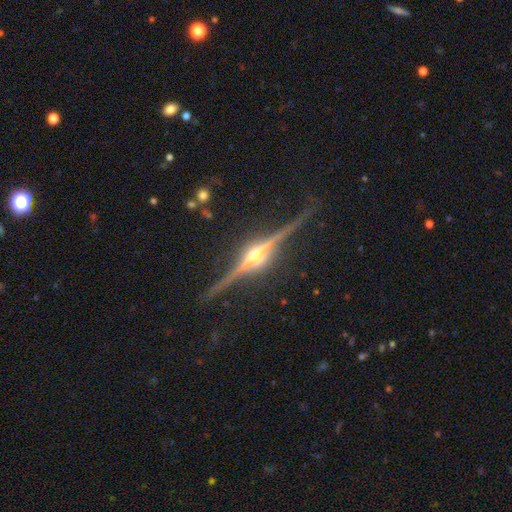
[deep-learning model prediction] Smooth or featured?
  - featured or disk: 92% *
  - star or artifact: 5%
  - smooth: 3%
Edge-on disk?
  - yes: 98% *
  - no: 2%
Edge-on bulge?
  - rounded: 94% *
  - boxy: 4%
  - none: 2%
Merging?
  - none: 89% *
  - minor disturbance: 8%
  - major disturbance: 2%
  - merger: 1%